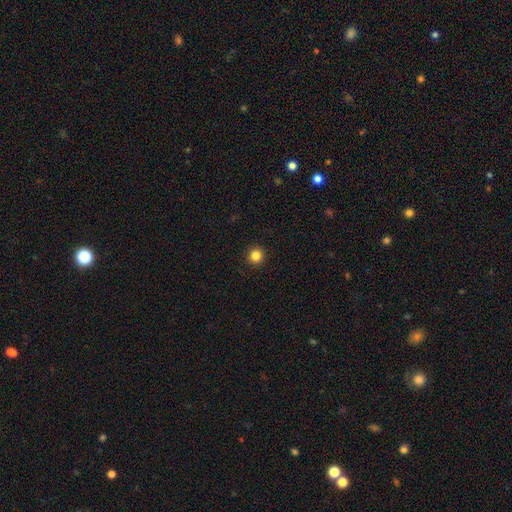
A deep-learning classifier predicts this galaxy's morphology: The model was most divided on "smooth or featured": smooth: 84%, star or artifact: 12%, featured or disk: 4%. More confident: how rounded — round (96%); merging — none (94%).